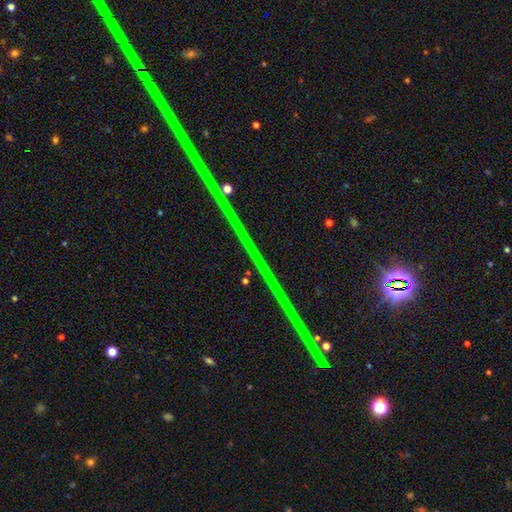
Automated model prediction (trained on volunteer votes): Smooth or featured? Predicted: star or artifact (p=0.88).